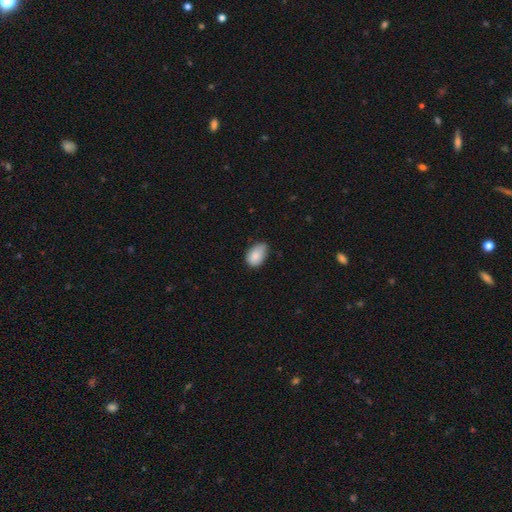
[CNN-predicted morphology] Smooth or featured: smooth — 86% (featured or disk — 7%)
How rounded: in between — 88% (round — 11%)
Merging: none — 54% (minor disturbance — 38%)